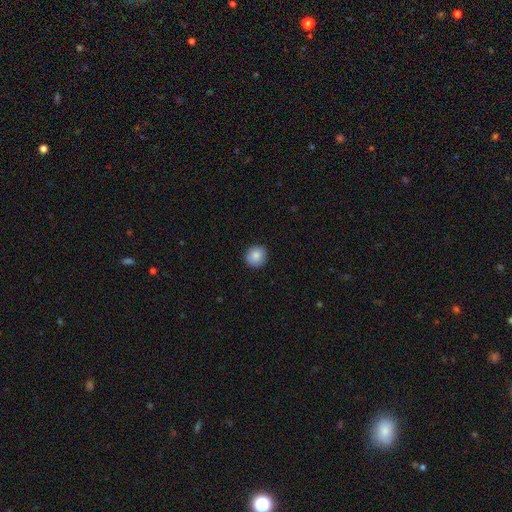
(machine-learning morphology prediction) Smooth or featured?
  - smooth: 86% *
  - star or artifact: 8%
  - featured or disk: 6%
How rounded?
  - round: 91% *
  - in between: 8%
  - cigar-shaped: 1%
Merging?
  - none: 91% *
  - minor disturbance: 7%
  - major disturbance: 2%
  - merger: 1%